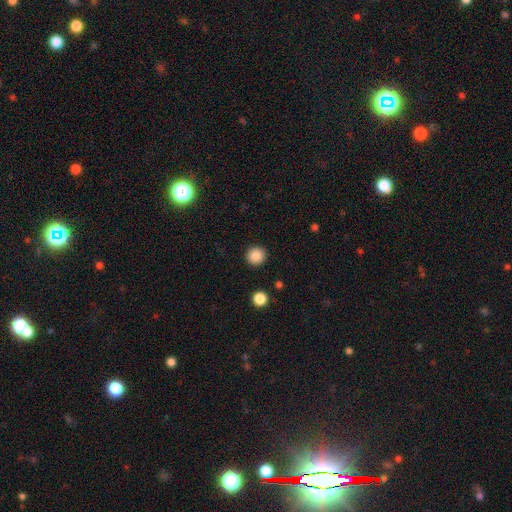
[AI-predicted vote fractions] Smooth or featured? smooth (87%)
How rounded? round (94%)
Merging? none (92%)